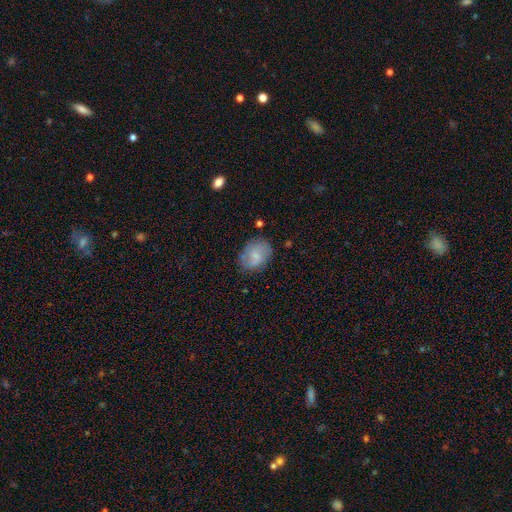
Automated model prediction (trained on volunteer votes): This is likely a smooth galaxy (66%). How rounded: possibly in between (57%). Merging: likely none (70%).